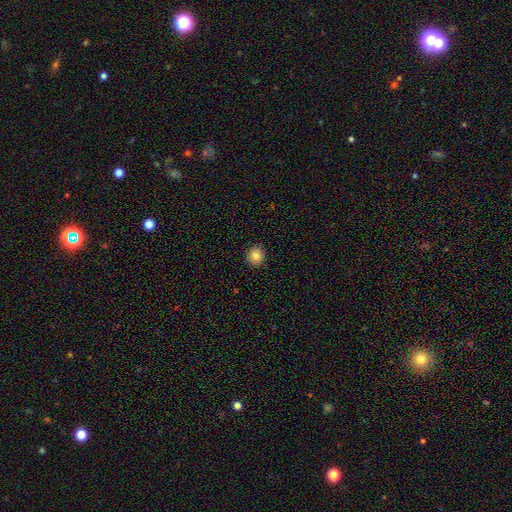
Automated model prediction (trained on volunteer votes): This is clearly a smooth galaxy (84%). How rounded: clearly round (86%). Merging: clearly none (91%).